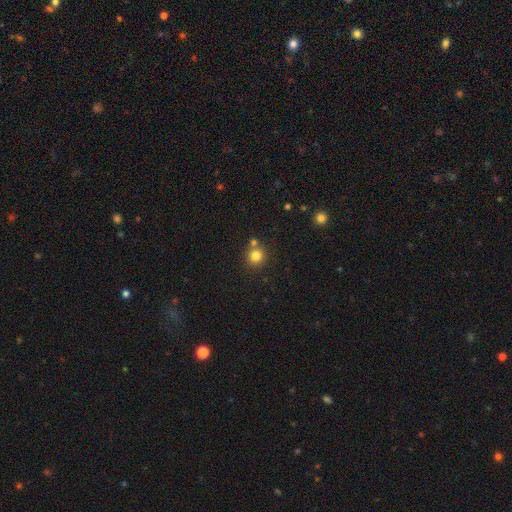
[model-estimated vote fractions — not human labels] smooth-or-featured: smooth: 82% | star or artifact: 12% | featured or disk: 6%
  how-rounded: round: 92% | in between: 7% | cigar-shaped: 1%
  merging: none: 72% | merger: 18% | minor disturbance: 8% | major disturbance: 3%